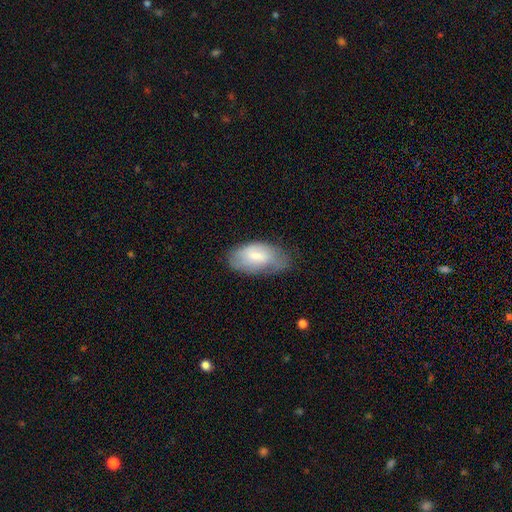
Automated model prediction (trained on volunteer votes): The model was most divided on "merging": none: 53%, minor disturbance: 34%, major disturbance: 11%, merger: 2%. More confident: how rounded — in between (94%); smooth or featured — smooth (70%).